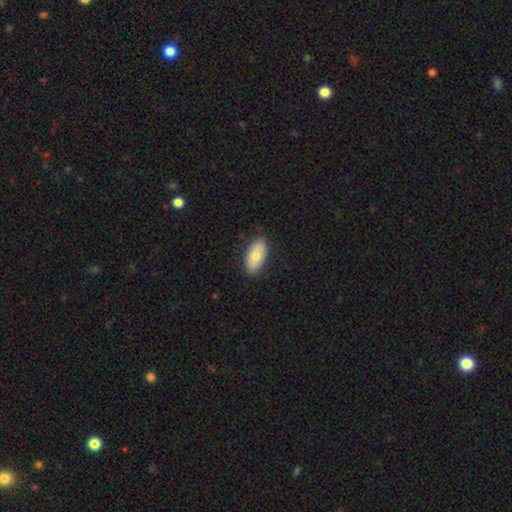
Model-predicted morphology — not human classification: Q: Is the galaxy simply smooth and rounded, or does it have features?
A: smooth — 74%.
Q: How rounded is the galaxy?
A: in between — 93%.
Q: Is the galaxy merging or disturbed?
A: none — 85%.